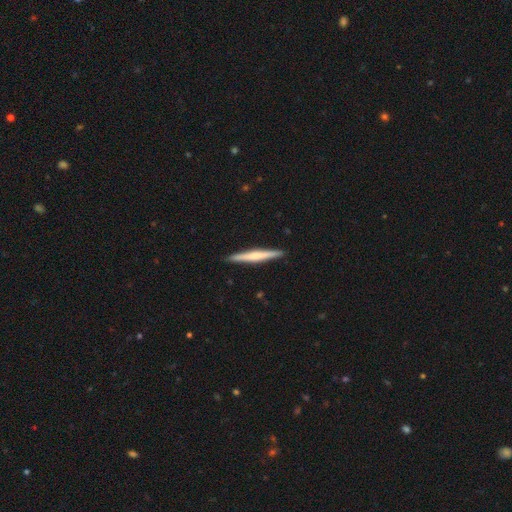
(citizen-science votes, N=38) smooth-or-featured: featured or disk: 63% | smooth: 34% | star or artifact: 3%
  disk-edge-on: yes: 100% | no: 0%
    edge-on-bulge: rounded: 71% | boxy: 25% | none: 4%
  merging: none: 95% | minor disturbance: 3% | major disturbance: 3% | merger: 0%